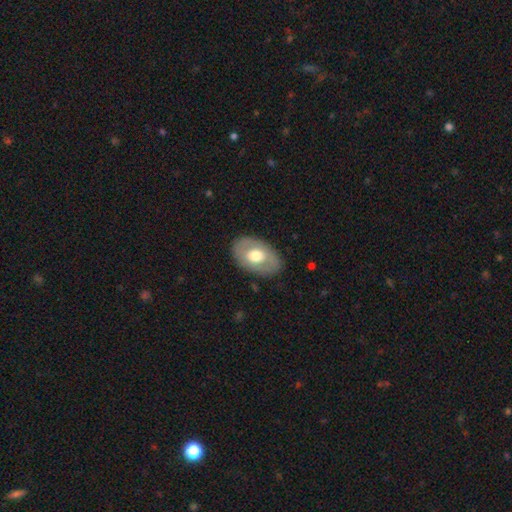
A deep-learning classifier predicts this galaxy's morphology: Smooth or featured: smooth — 55% (featured or disk — 40%)
How rounded: in between — 86% (round — 12%)
Merging: none — 83% (minor disturbance — 12%)